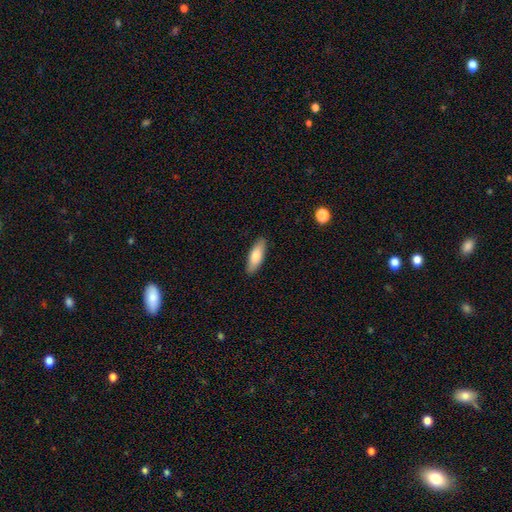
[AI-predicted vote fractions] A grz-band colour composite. It shows a smooth galaxy with no disk features (78%) that is in between round and cigar-shaped (59%). Merging: none (89%).